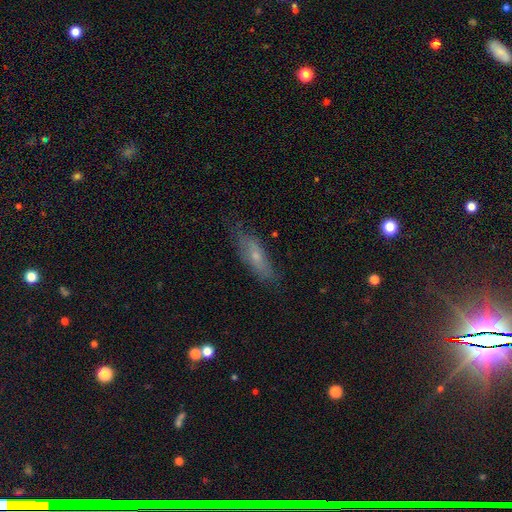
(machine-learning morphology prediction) Smooth or featured?
  - smooth: 52% *
  - featured or disk: 39%
  - star or artifact: 9%
How rounded?
  - cigar-shaped: 50% *
  - in between: 47%
  - round: 3%
Merging?
  - none: 70% *
  - minor disturbance: 23%
  - major disturbance: 6%
  - merger: 2%